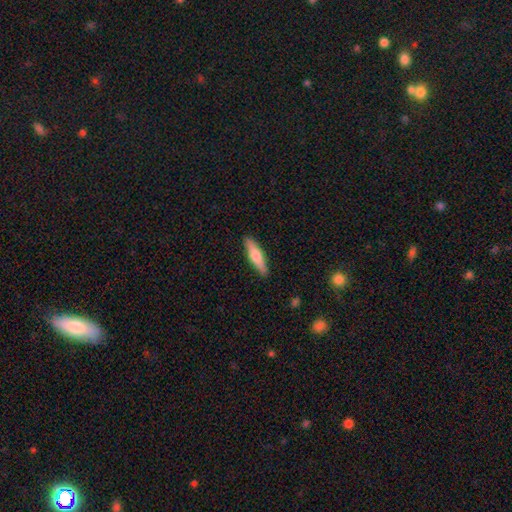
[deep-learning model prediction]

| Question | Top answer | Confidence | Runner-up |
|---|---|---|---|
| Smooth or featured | smooth | 60% | featured or disk (35%) |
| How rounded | cigar-shaped | 75% | in between (23%) |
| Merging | none | 90% | minor disturbance (8%) |